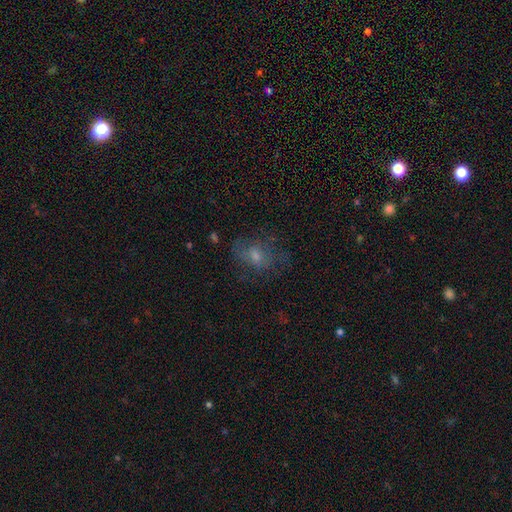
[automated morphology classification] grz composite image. It shows a smooth galaxy with no disk features (46%). Merging: none (61%).